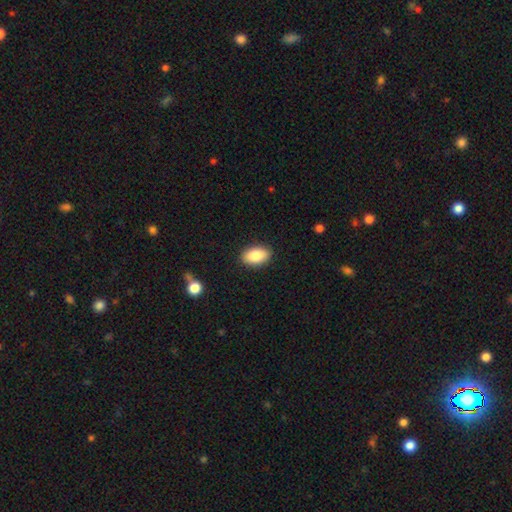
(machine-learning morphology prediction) smooth 86%, star or artifact 7%, featured or disk 7%. Down the decision tree: how rounded — in between (92%); merging — none (89%).